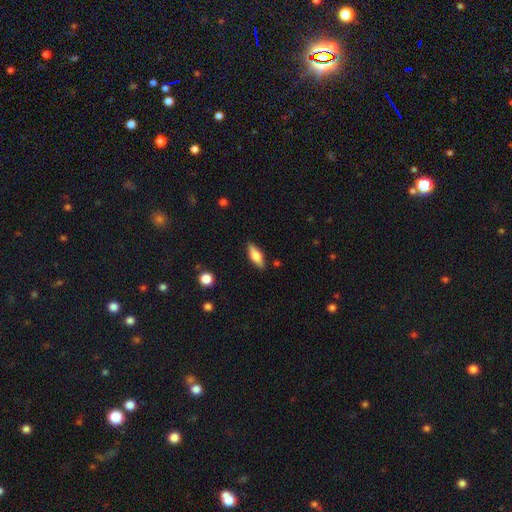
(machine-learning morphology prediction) Overall: smooth (62%; featured or disk 31%). How rounded: in between (67%; cigar-shaped 30%). Merging: none (85%).